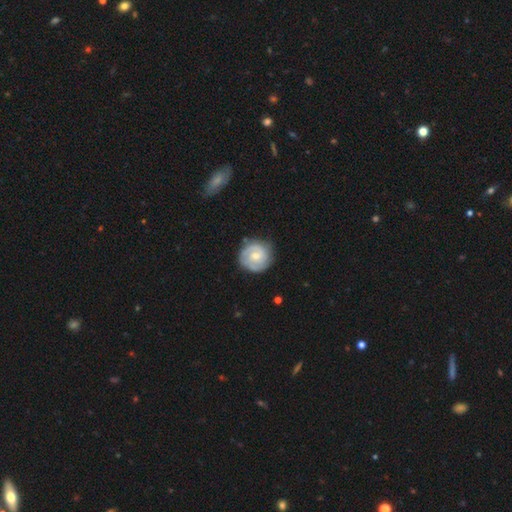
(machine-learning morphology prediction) Smooth or featured?
  - featured or disk: 78% *
  - smooth: 18%
  - star or artifact: 5%
Edge-on disk?
  - no: 98% *
  - yes: 2%
Bar?
  - no: 62% *
  - weak: 33%
  - strong: 5%
Spiral arms?
  - yes: 94% *
  - no: 6%
Spiral winding?
  - tight: 67% *
  - medium: 27%
  - loose: 6%
Spiral arm count?
  - 2: 59% *
  - can't tell: 17%
  - 3: 14%
  - 1: 5%
  - 4: 3%
  - more than 4: 3%
Bulge size?
  - small: 49% *
  - moderate: 46%
  - none: 2%
  - large: 2%
  - dominant: 1%
Merging?
  - none: 79% *
  - minor disturbance: 15%
  - major disturbance: 4%
  - merger: 2%